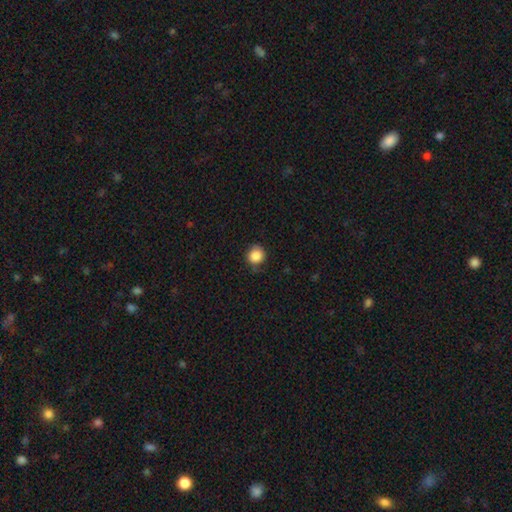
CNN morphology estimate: This appears to be a smooth galaxy with no disk features (85%) that is round (89%). Merging: none (74%).